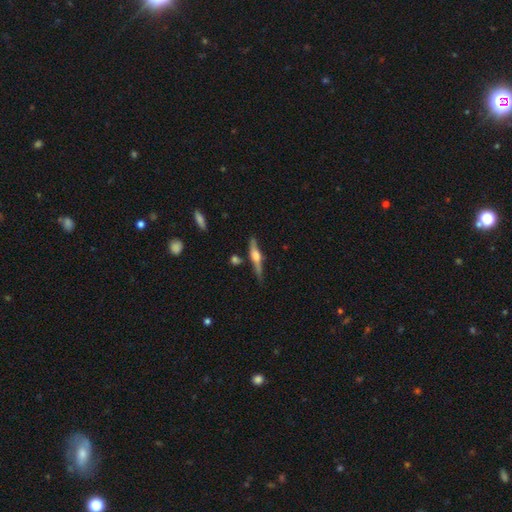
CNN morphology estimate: Overall: featured or disk (67%; smooth 27%). Edge-on disk: yes (95%). Edge-on bulge: rounded (82%). Merging: none (70%).